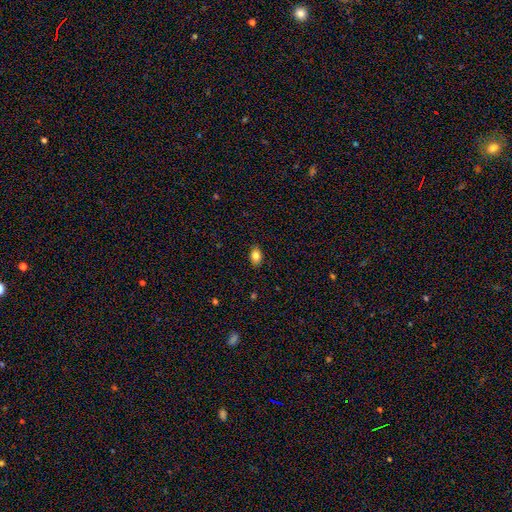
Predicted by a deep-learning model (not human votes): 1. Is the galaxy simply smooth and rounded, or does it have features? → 83% smooth, 9% star or artifact, 8% featured or disk.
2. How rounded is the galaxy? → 83% in between, 15% round, 2% cigar-shaped.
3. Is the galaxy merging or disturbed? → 87% none, 10% minor disturbance, 2% major disturbance, 1% merger.